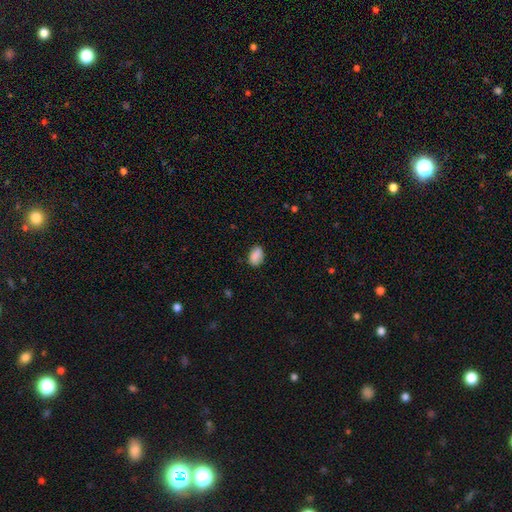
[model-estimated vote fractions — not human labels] Smooth or featured: smooth — 88% (star or artifact — 7%)
How rounded: in between — 85% (round — 14%)
Merging: none — 79% (minor disturbance — 16%)